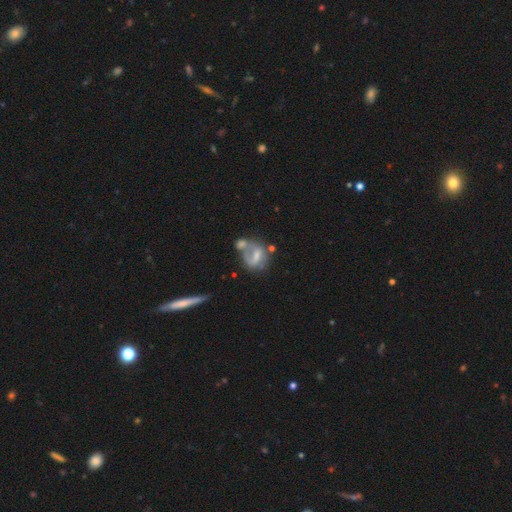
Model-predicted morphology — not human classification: Smooth or featured: featured or disk — 50% (smooth — 40%)
Merging: merger — 38% (none — 24%)